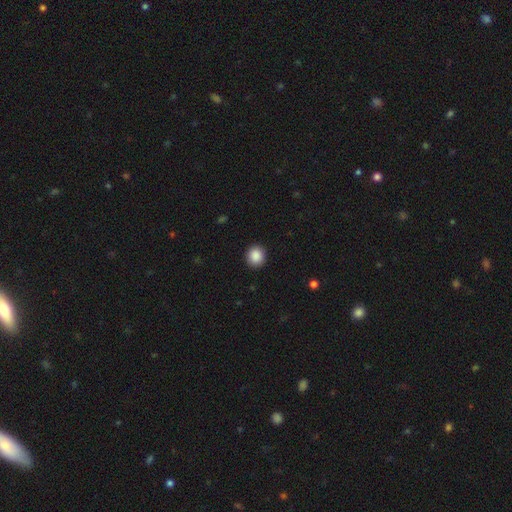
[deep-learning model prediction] Smooth or featured?
  - smooth: 88% *
  - star or artifact: 9%
  - featured or disk: 3%
How rounded?
  - round: 87% *
  - in between: 12%
  - cigar-shaped: 1%
Merging?
  - none: 91% *
  - minor disturbance: 7%
  - major disturbance: 2%
  - merger: 1%